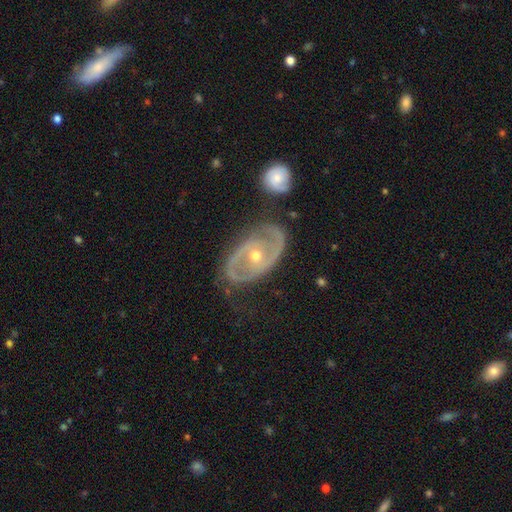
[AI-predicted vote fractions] smooth-or-featured: featured or disk: 88% | smooth: 7% | star or artifact: 5%
  disk-edge-on: no: 96% | yes: 4%
    bar: no: 63% | weak: 25% | strong: 12%
    has-spiral-arms: yes: 89% | no: 11%
      spiral-winding: tight: 44% | medium: 42% | loose: 14%
      spiral-arm-count: 2: 82% | can't tell: 8% | 3: 3% | 1: 3% | 4: 2% | more than 4: 2%
    bulge-size: moderate: 57% | small: 40% | large: 1% | none: 1% | dominant: 1%
  merging: none: 69% | minor disturbance: 18% | major disturbance: 9% | merger: 3%